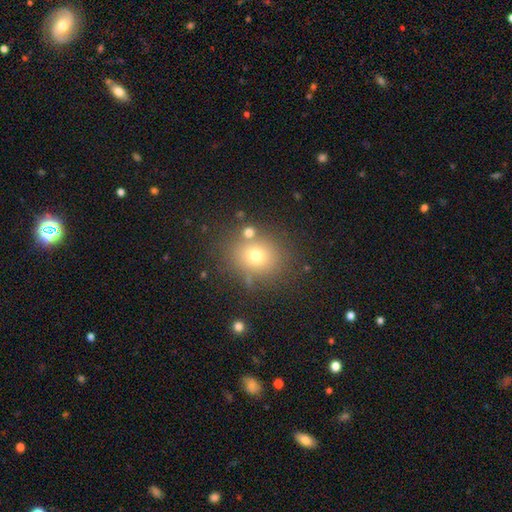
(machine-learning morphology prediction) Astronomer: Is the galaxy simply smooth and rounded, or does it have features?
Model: smooth — 69%.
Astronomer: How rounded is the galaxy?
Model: round — 72%.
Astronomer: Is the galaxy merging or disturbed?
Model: none — 76%.